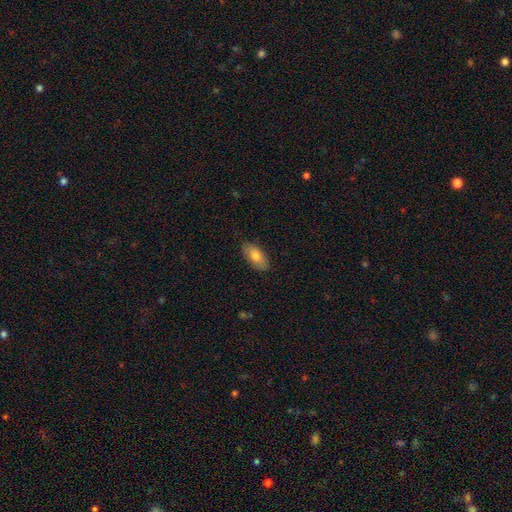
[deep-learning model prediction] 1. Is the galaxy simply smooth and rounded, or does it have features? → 76% smooth, 17% featured or disk, 6% star or artifact.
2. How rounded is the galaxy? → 89% in between, 8% cigar-shaped, 3% round.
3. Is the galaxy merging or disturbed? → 84% none, 13% minor disturbance, 2% major disturbance, 1% merger.